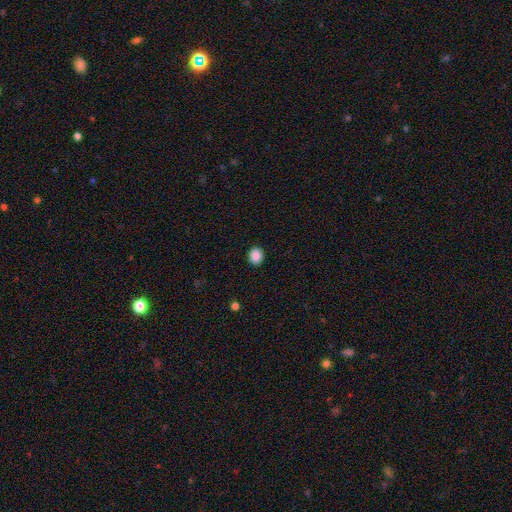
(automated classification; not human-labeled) smooth-or-featured: smooth: 89% | star or artifact: 9% | featured or disk: 3%
  how-rounded: round: 66% | in between: 33% | cigar-shaped: 1%
  merging: none: 92% | minor disturbance: 6% | major disturbance: 2% | merger: 1%